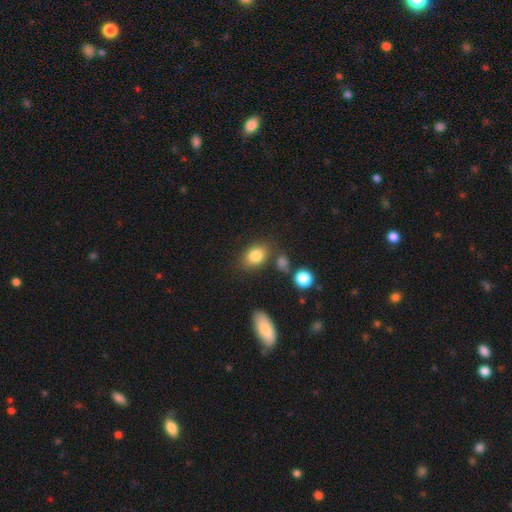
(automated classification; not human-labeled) This is clearly a smooth galaxy (82%). How rounded: likely in between (74%). Merging: likely none (76%).